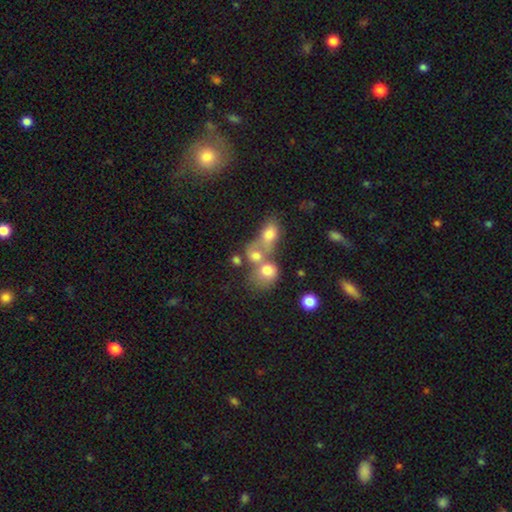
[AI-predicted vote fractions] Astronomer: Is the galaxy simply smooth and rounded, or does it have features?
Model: smooth — 69%.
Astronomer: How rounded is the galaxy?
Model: round — 55% (runner-up: in between, 43%).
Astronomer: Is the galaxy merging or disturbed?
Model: merger — 63%.